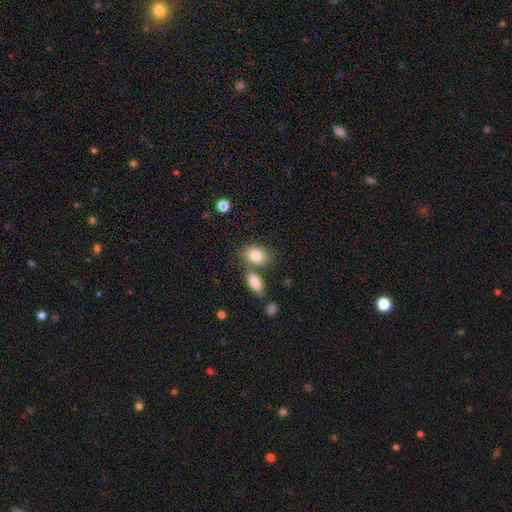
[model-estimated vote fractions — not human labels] This is clearly a smooth galaxy (82%). How rounded: likely in between (70%). Merging: possibly none (55%).